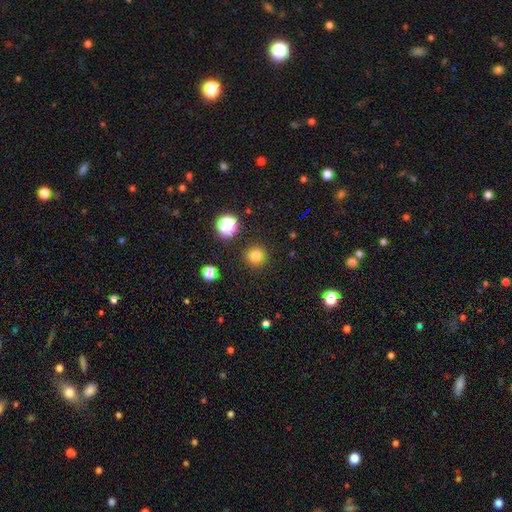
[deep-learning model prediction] Morphology: type=smooth (79%); roundness=round (94%); merging=none (89%).